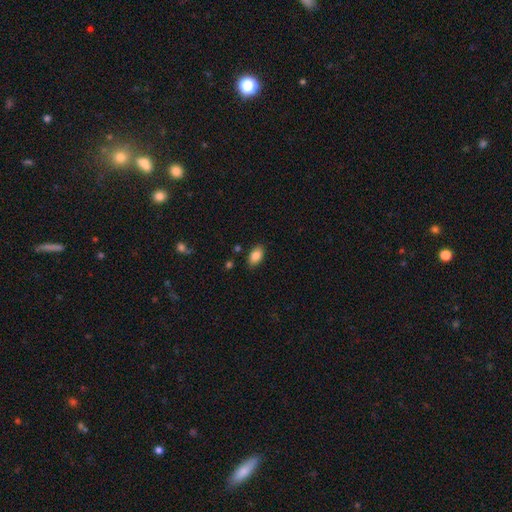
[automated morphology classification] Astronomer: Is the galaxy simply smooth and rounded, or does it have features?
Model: smooth — 85%.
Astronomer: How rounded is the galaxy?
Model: in between — 92%.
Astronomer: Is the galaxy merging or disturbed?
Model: none — 86%.